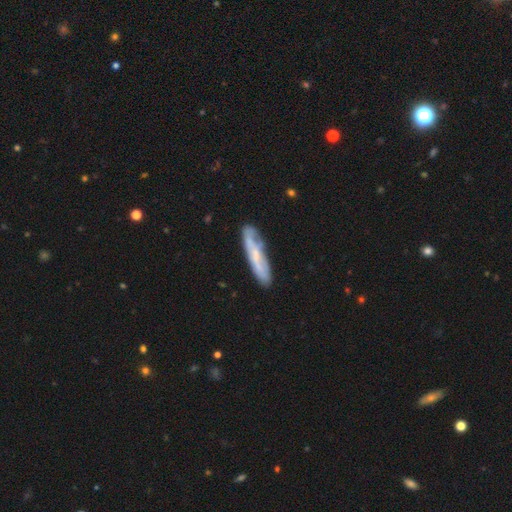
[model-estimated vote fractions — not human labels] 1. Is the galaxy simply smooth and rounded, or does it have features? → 50% featured or disk, 42% smooth, 7% star or artifact.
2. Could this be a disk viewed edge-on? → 50% yes (tied), 50% no (tied).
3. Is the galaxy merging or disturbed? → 74% none, 18% minor disturbance, 5% major disturbance, 4% merger.